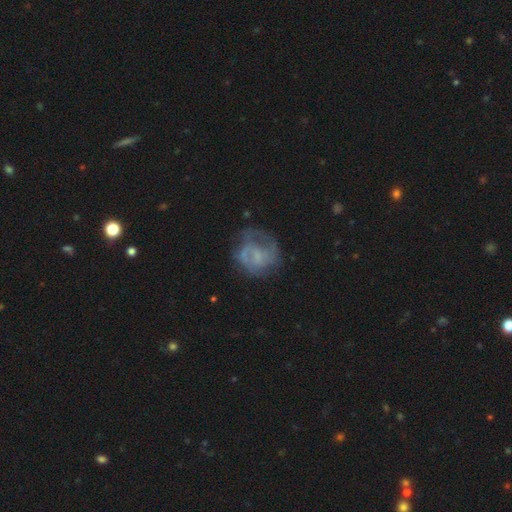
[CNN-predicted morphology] This appears to be a featured or disk galaxy (60%) with no bar (62%), spiral arms (59%) and no central bulge (52%). Merging: none (49%).